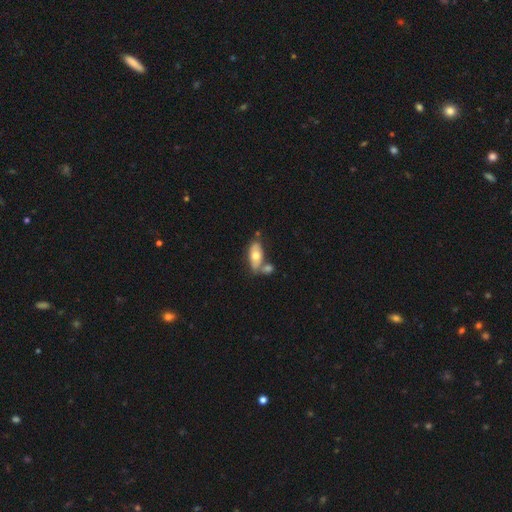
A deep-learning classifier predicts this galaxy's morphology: smooth 59%, featured or disk 34%, star or artifact 6%. Down the decision tree: how rounded — in between (85%); merging — none (50%).